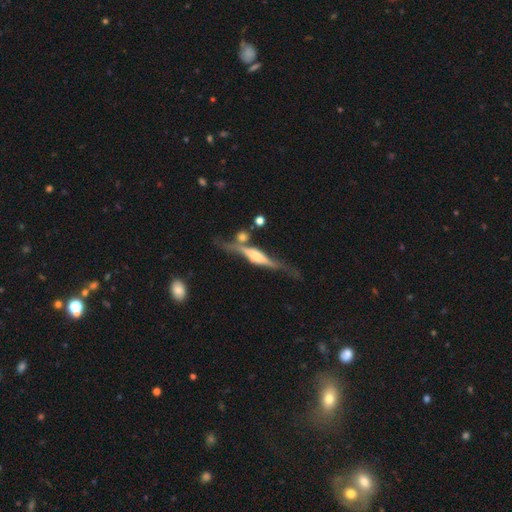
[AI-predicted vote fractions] Smooth or featured? featured or disk (80%)
Edge-on disk? yes (92%)
Edge-on bulge? rounded (63%)
Merging? none (57%)